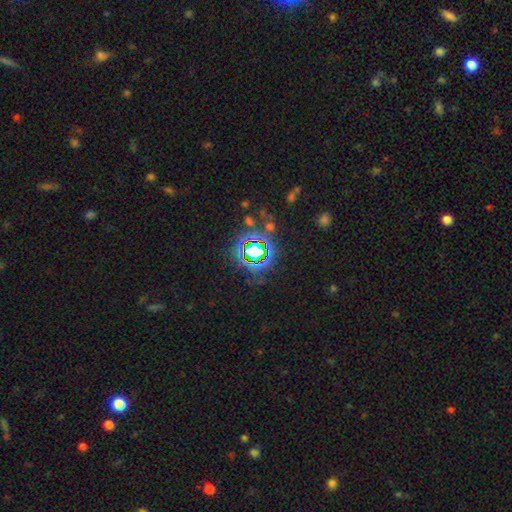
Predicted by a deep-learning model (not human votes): Smooth or featured?
  - star or artifact: 73% *
  - smooth: 17%
  - featured or disk: 11%